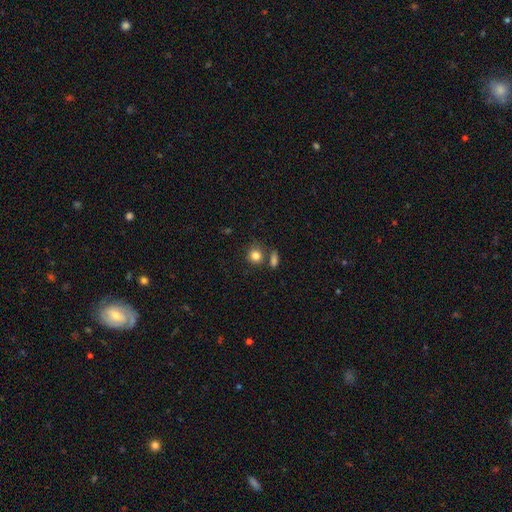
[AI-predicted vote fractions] smooth-or-featured: smooth: 83% | star or artifact: 10% | featured or disk: 6%
  how-rounded: round: 82% | in between: 16% | cigar-shaped: 1%
  merging: none: 65% | merger: 18% | minor disturbance: 12% | major disturbance: 4%